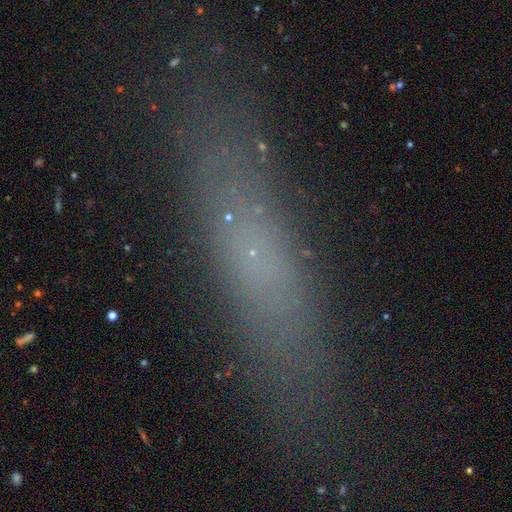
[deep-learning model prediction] smooth_or_featured: smooth (p=0.54) [alt: featured or disk p=0.28]
how_rounded: cigar-shaped (p=0.79) [alt: in between p=0.18]
merging: none (p=0.82) [alt: minor disturbance p=0.12]